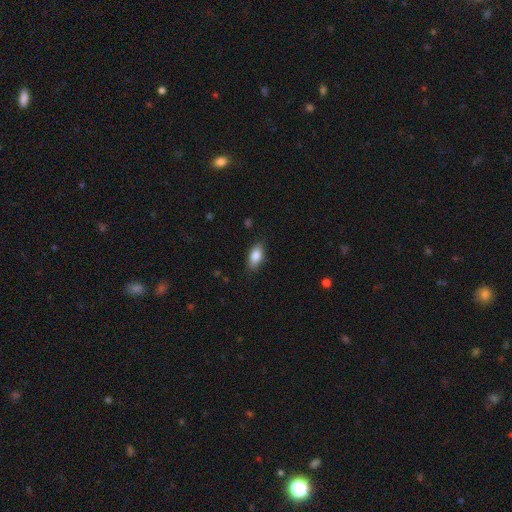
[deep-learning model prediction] Q: Smooth or featured?
A: smooth (85%); runner-up: featured or disk (8%)
Q: How rounded?
A: in between (89%); runner-up: cigar-shaped (7%)
Q: Merging?
A: none (84%); runner-up: minor disturbance (12%)